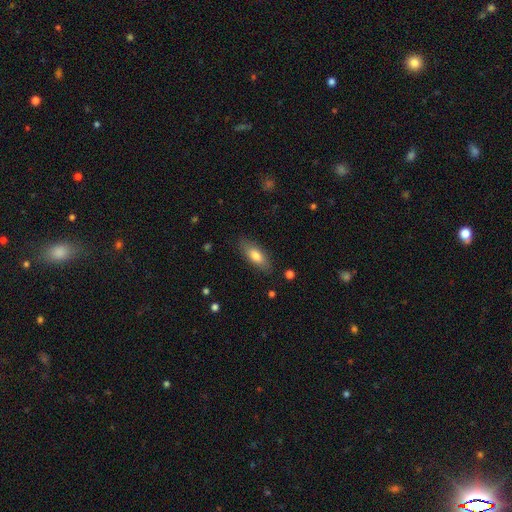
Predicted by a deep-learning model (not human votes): Q: Smooth or featured?
A: smooth (77%); runner-up: featured or disk (17%)
Q: How rounded?
A: in between (74%); runner-up: cigar-shaped (24%)
Q: Merging?
A: none (84%); runner-up: minor disturbance (12%)